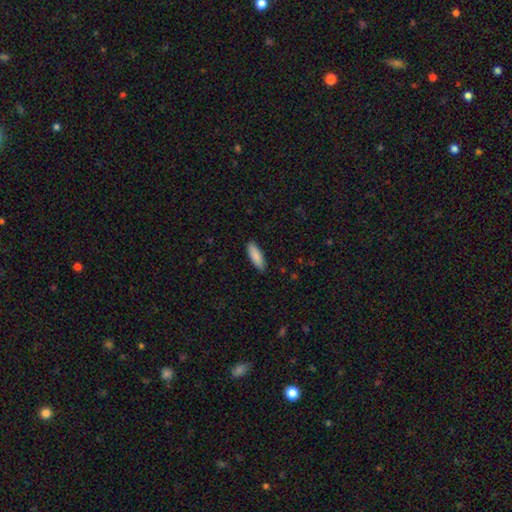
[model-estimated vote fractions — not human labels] Overall: smooth (88%). How rounded: in between (56%; cigar-shaped 43%). Merging: none (88%).